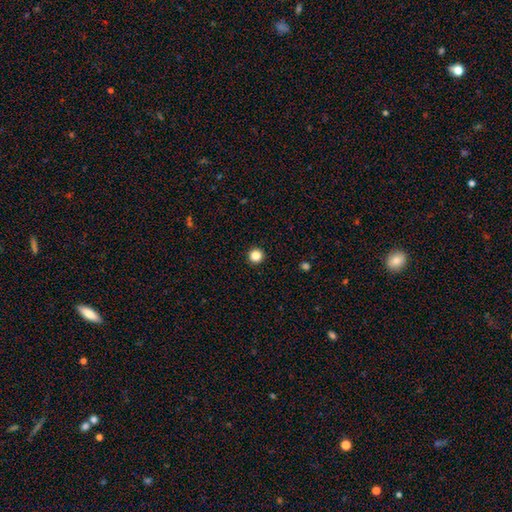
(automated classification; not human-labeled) Smooth or featured: smooth — 86% (star or artifact — 11%)
How rounded: round — 96% (in between — 3%)
Merging: none — 94% (minor disturbance — 4%)